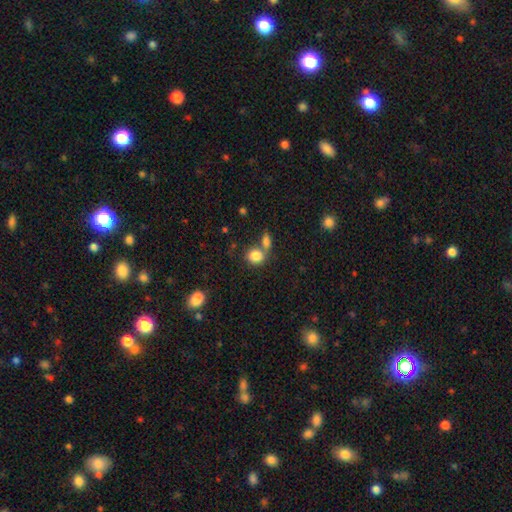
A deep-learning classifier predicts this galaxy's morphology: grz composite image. It shows a smooth galaxy with no disk features (84%) that is round (53%). Merging: none (43%).